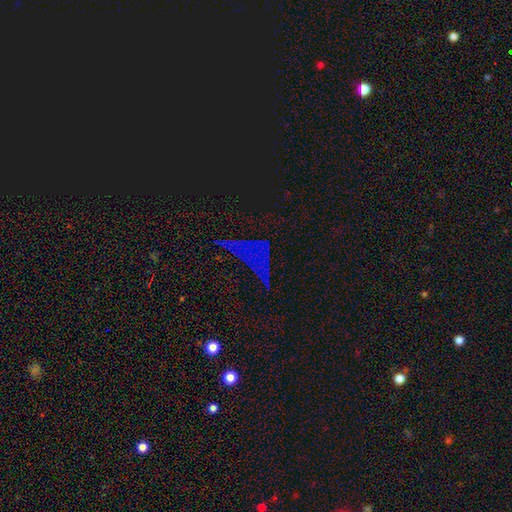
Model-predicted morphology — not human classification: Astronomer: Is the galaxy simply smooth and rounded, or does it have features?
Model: star or artifact — 79%.